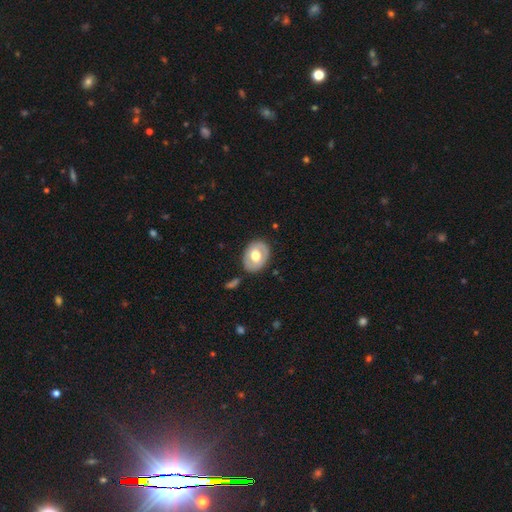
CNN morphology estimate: type=smooth (51%); roundness=in between (65%); merging=none (80%).